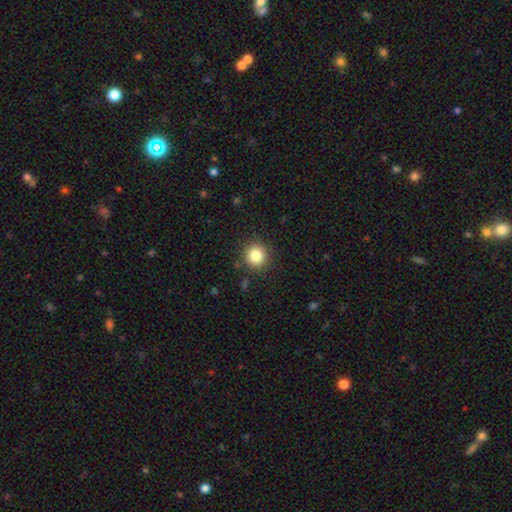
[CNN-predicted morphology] type=smooth (83%); roundness=round (92%); merging=none (89%).